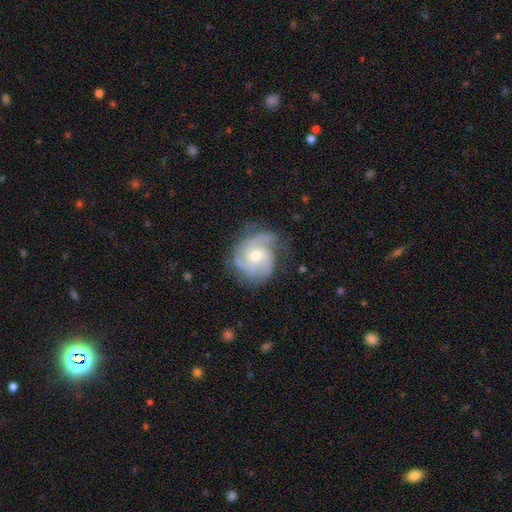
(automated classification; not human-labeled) A featured or disk galaxy (86%) with no bar (65%), 3 (46%) tight (52%) spiral arms (97%) and a moderate central bulge (55%).

Vote fractions:
- Smooth or featured? featured or disk: 86% / smooth: 9% / star or artifact: 5%
- Edge-on disk? no: 98% / yes: 2%
- Bar? no: 65% / weak: 30% / strong: 5%
- Spiral arms? yes: 97% / no: 3%
- Spiral winding? tight: 52% / medium: 39% / loose: 9%
- Spiral arm count? 3: 46% / 2: 21% / can't tell: 16% / 4: 8% / 1: 5% / more than 4: 4%
- Bulge size? moderate: 55% / small: 41% / large: 2% / none: 1% / dominant: 1%
- Merging? none: 66% / minor disturbance: 23% / major disturbance: 10% / merger: 1%